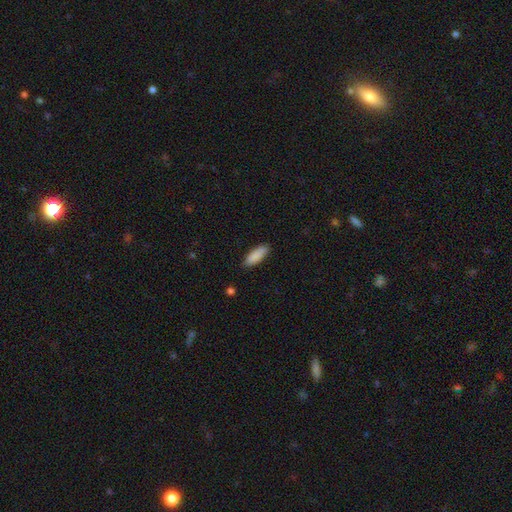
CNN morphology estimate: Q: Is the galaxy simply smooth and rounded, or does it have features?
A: smooth — 89%.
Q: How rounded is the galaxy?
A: in between — 61%.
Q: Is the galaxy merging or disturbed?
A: none — 86%.